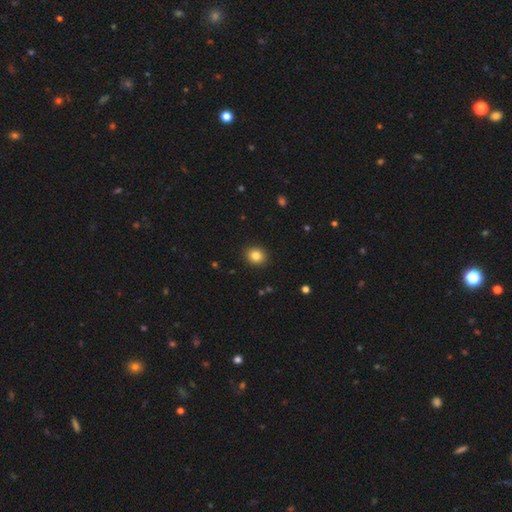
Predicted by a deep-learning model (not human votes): Morphology: type=smooth (84%); roundness=round (75%); merging=none (91%).